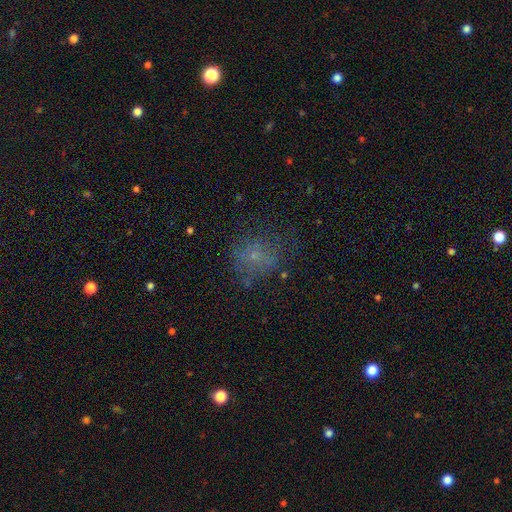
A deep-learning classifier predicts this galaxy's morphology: smooth_or_featured: smooth (p=0.54) [alt: star or artifact p=0.23]
how_rounded: round (p=0.67) [alt: in between p=0.31]
merging: none (p=0.57) [alt: minor disturbance p=0.21]